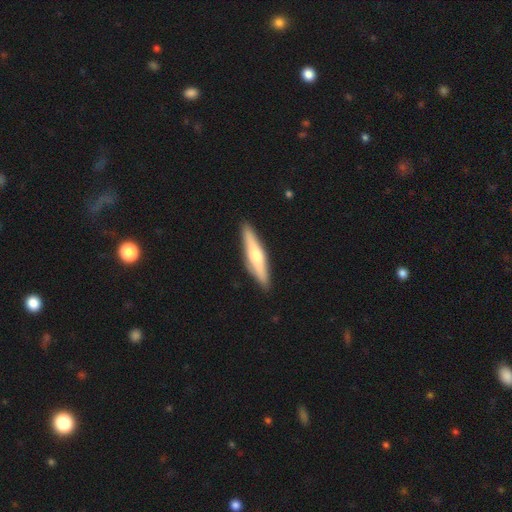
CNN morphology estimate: This is possibly a featured or disk galaxy (51%). It is clearly viewed edge-on (94%). Merging: clearly none (91%).